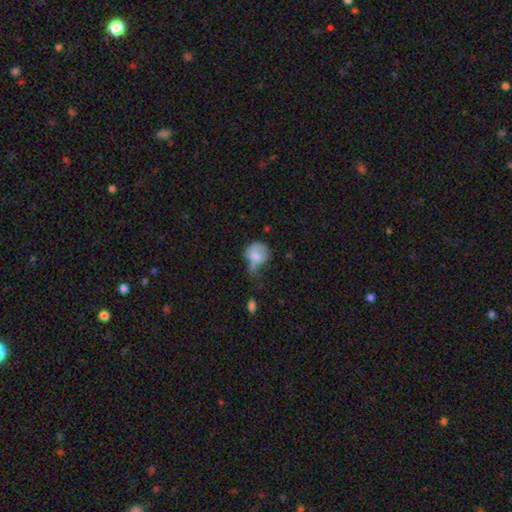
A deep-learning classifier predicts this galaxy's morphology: This appears to be a smooth galaxy with no disk features (65%) that is round (52%). Merging: major disturbance (33%).